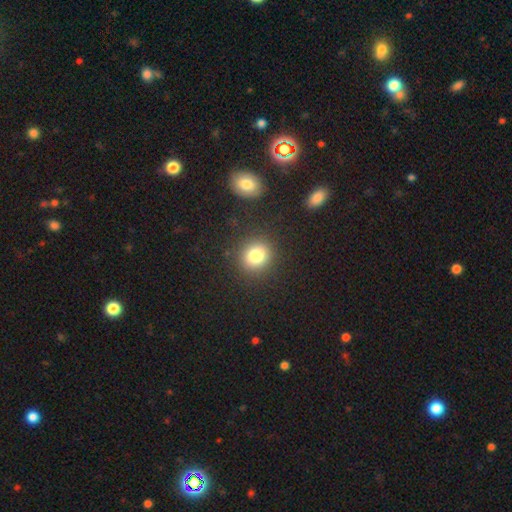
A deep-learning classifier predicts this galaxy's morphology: Smooth or featured? smooth (80%)
How rounded? round (83%)
Merging? none (87%)